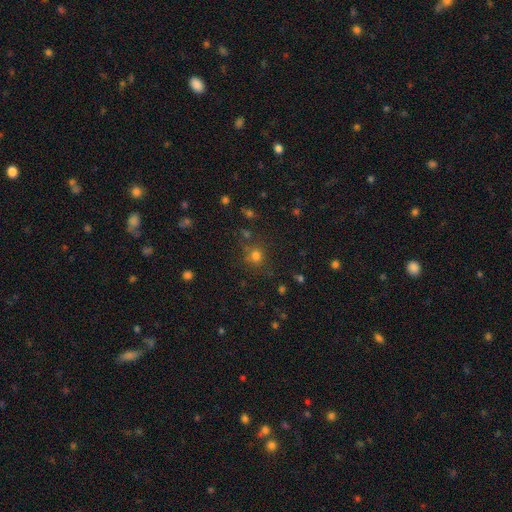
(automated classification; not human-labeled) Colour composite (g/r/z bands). It shows a smooth galaxy with no disk features (73%) that is round (86%). Merging: none (74%).